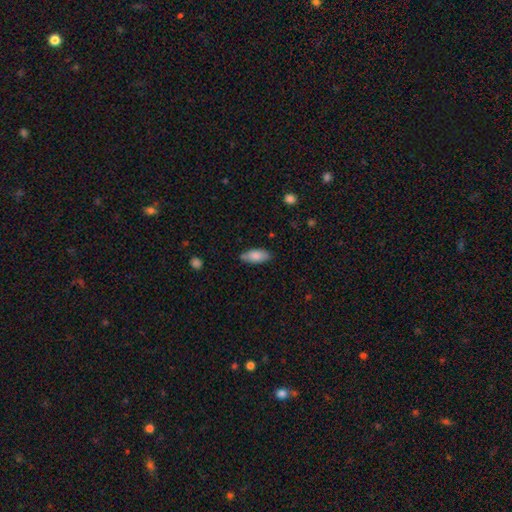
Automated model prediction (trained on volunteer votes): This is clearly a smooth galaxy (83%). How rounded: clearly in between (87%). Merging: likely none (75%).